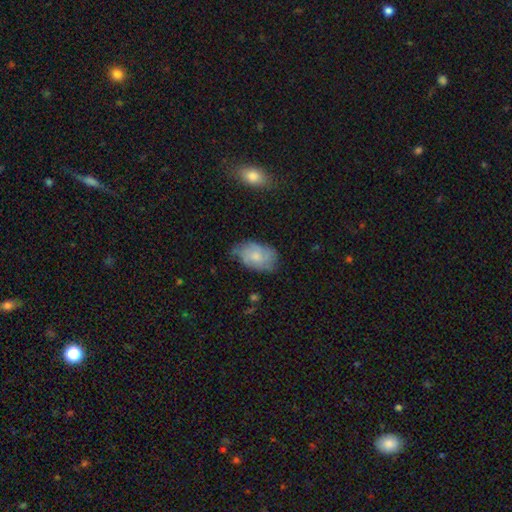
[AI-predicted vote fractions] A smooth galaxy with no disk features (50%). Merging: none (59%).